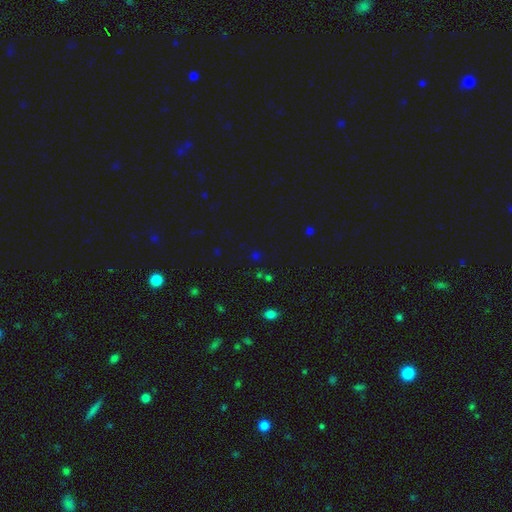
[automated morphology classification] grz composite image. It shows a star or artifact, not a galaxy (54%).